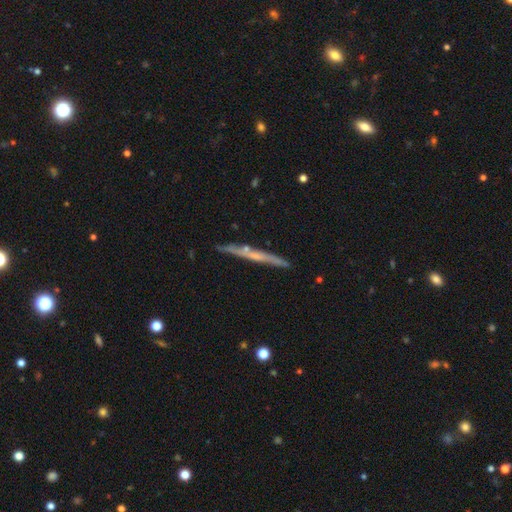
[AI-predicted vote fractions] Smooth or featured?
  - featured or disk: 59% *
  - smooth: 35%
  - star or artifact: 6%
Edge-on disk?
  - yes: 95% *
  - no: 5%
Edge-on bulge?
  - none: 71% *
  - rounded: 23%
  - boxy: 6%
Merging?
  - none: 84% *
  - minor disturbance: 11%
  - merger: 3%
  - major disturbance: 2%